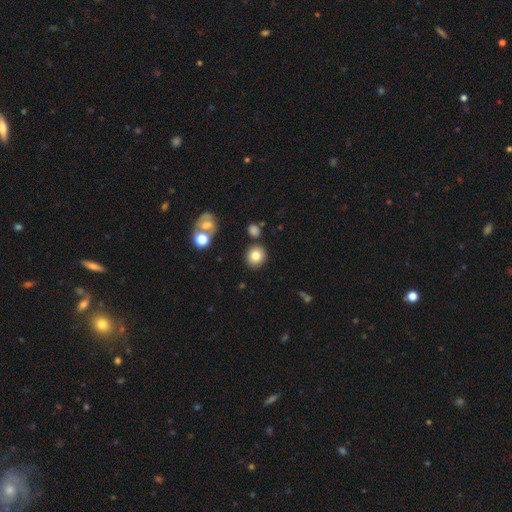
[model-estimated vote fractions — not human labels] Smooth or featured? smooth (82%)
How rounded? round (81%)
Merging? none (83%)